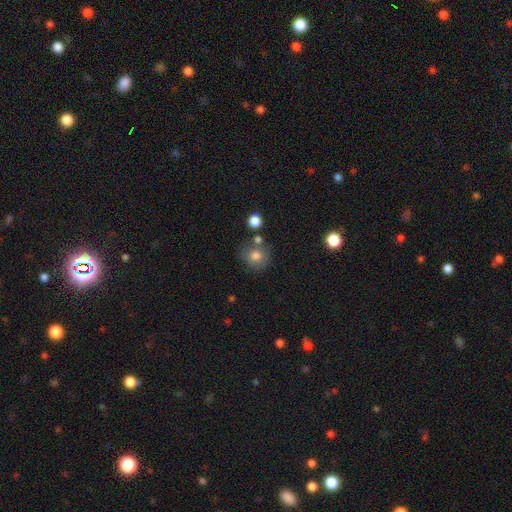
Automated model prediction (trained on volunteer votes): Smooth or featured: smooth — 78% (featured or disk — 11%)
How rounded: round — 83% (in between — 16%)
Merging: none — 67% (minor disturbance — 15%)